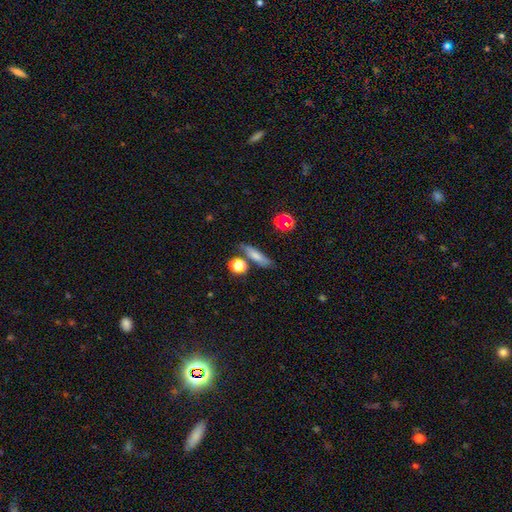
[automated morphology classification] This appears to be a smooth galaxy with no disk features (68%) that is cigar-shaped (61%). Merging: none (69%).